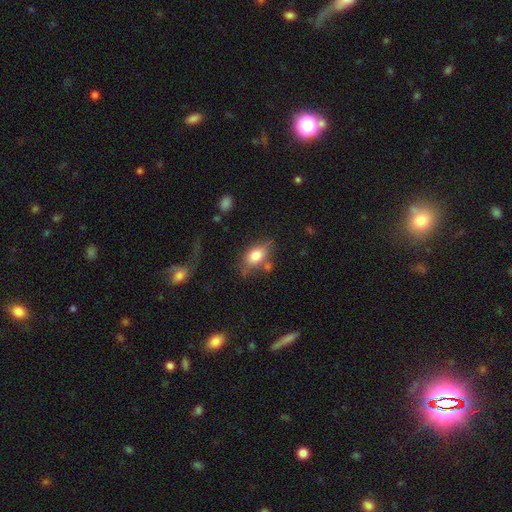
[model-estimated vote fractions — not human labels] Smooth or featured?
  - smooth: 76% *
  - featured or disk: 16%
  - star or artifact: 8%
How rounded?
  - in between: 83% *
  - round: 13%
  - cigar-shaped: 4%
Merging?
  - none: 59% *
  - minor disturbance: 22%
  - merger: 10%
  - major disturbance: 9%